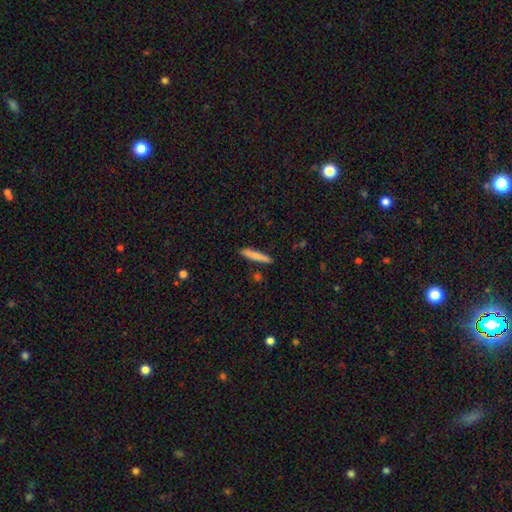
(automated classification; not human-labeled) Smooth or featured? smooth (80%)
How rounded? cigar-shaped (94%)
Merging? none (87%)